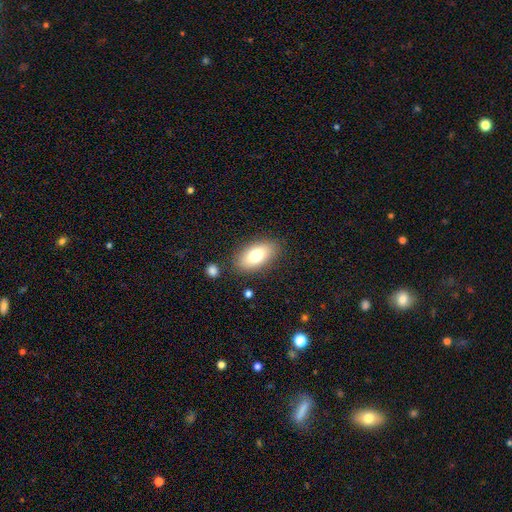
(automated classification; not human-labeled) Smooth or featured: smooth — 78% (featured or disk — 15%)
How rounded: in between — 92% (round — 4%)
Merging: none — 83% (minor disturbance — 11%)